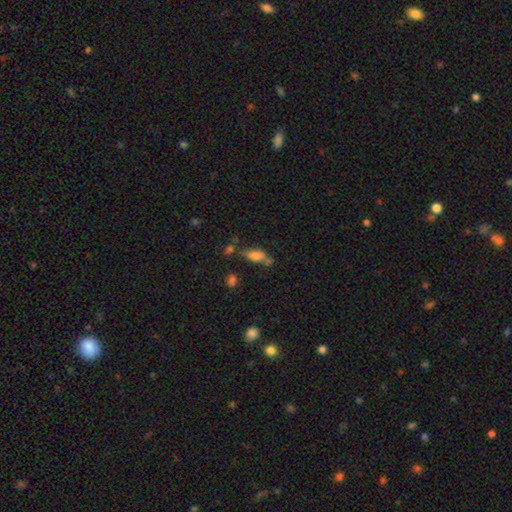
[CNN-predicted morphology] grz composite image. It shows a smooth galaxy with no disk features (71%) that is in between round and cigar-shaped (68%). Merging: none (46%).